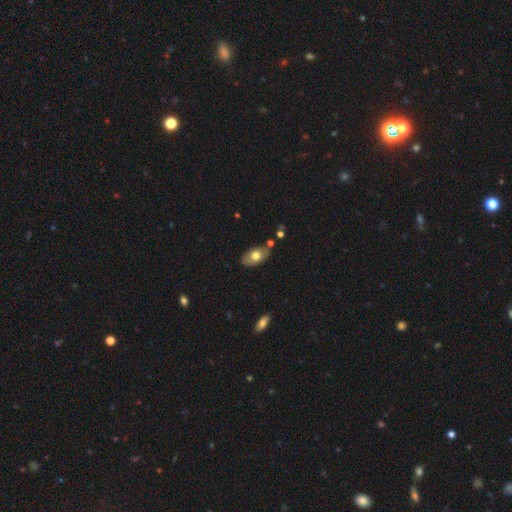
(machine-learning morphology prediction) This appears to be a smooth galaxy with no disk features (66%) that is in between round and cigar-shaped (92%). Merging: none (78%).